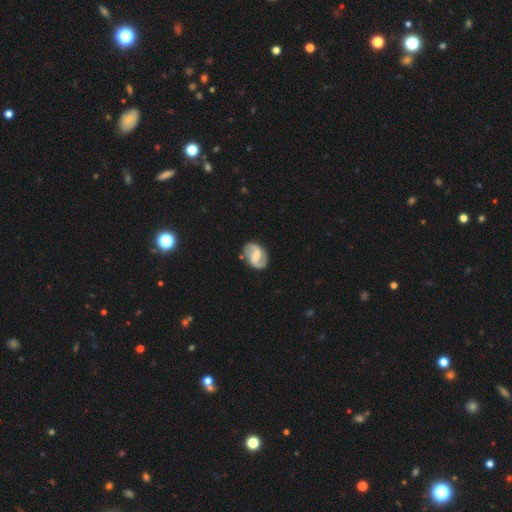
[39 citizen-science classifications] Smooth or featured? 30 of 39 (77%) said featured or disk. Edge-on disk? 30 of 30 (100%) said no. Bar? 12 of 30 (40%, tied with weak) said strong. Spiral arms? 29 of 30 (97%) said yes. Spiral winding? 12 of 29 (41%) said loose. Spiral arm count? 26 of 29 (90%) said 2. Bulge size? 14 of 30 (47%) said moderate. Merging? 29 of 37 (78%) said none.